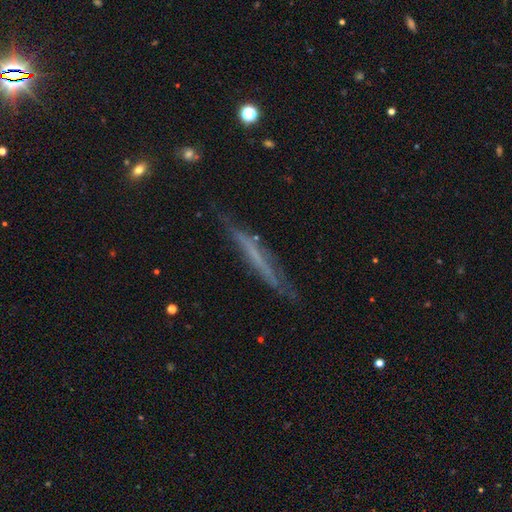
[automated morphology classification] smooth_or_featured: featured or disk (p=0.55) [alt: smooth p=0.36]
disk_edge_on: yes (p=0.88) [alt: no p=0.12]
merging: none (p=0.76) [alt: minor disturbance p=0.17]